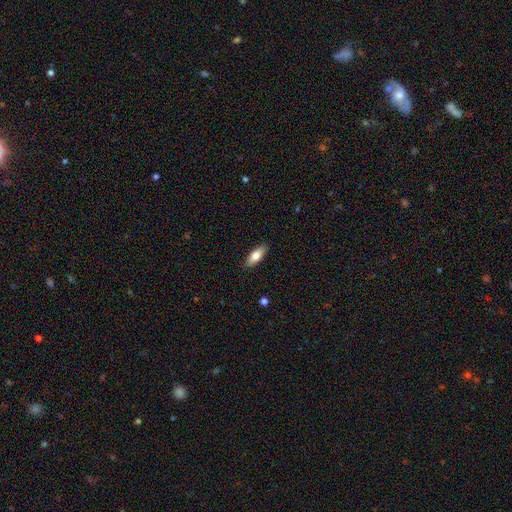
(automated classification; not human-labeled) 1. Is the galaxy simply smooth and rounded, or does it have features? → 76% smooth, 18% featured or disk, 6% star or artifact.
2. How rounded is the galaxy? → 69% in between, 28% cigar-shaped, 2% round.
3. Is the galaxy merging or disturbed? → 89% none, 8% minor disturbance, 2% major disturbance, 1% merger.